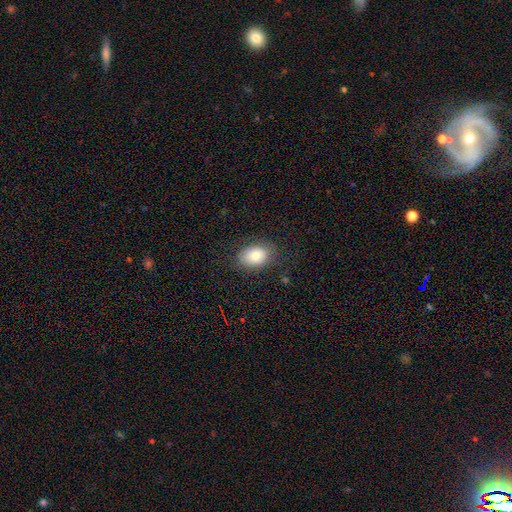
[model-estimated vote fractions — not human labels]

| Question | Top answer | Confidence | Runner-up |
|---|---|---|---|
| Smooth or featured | smooth | 77% | featured or disk (14%) |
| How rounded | in between | 80% | round (19%) |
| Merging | none | 81% | minor disturbance (13%) |